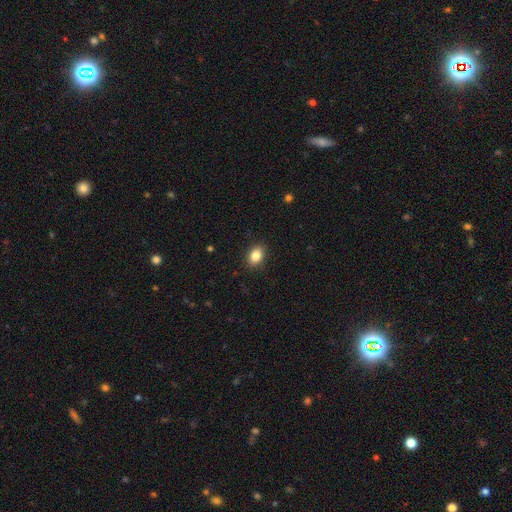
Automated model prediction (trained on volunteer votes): Q: Smooth or featured?
A: smooth (85%); runner-up: star or artifact (9%)
Q: How rounded?
A: in between (73%); runner-up: round (26%)
Q: Merging?
A: none (89%); runner-up: minor disturbance (8%)